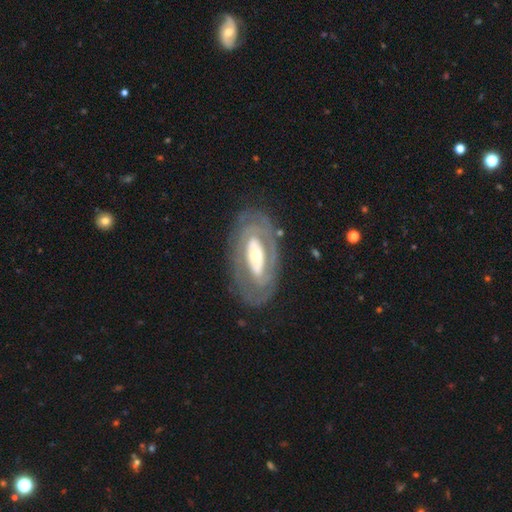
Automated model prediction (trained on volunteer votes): Morphology: type=featured or disk (78%); edge-on=no (91%); bar=no (51%); spiral arms=yes (61%); bulge=moderate (51%); merging=none (78%).